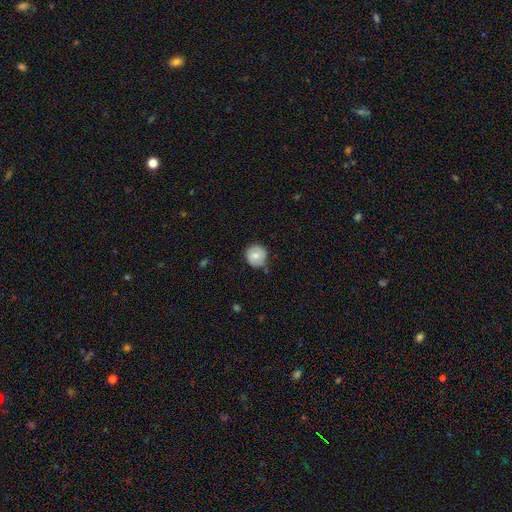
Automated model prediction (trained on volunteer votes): smooth_or_featured: smooth (p=0.69) [alt: featured or disk p=0.24]
how_rounded: round (p=0.91) [alt: in between p=0.08]
merging: none (p=0.73) [alt: minor disturbance p=0.21]